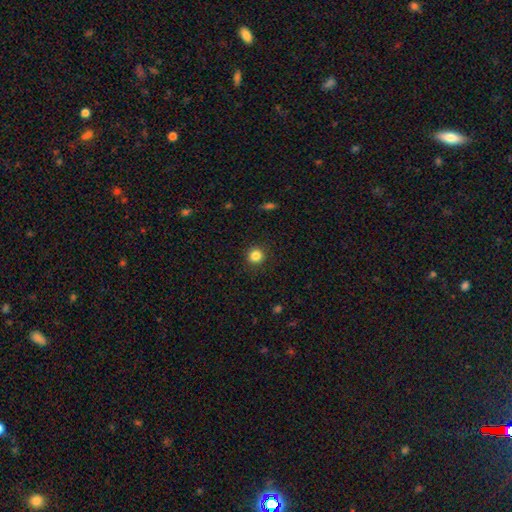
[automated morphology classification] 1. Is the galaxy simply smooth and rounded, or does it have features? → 84% smooth, 12% star or artifact, 4% featured or disk.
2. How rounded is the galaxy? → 94% round, 5% in between, 1% cigar-shaped.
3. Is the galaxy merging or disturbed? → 92% none, 5% minor disturbance, 2% major disturbance, 1% merger.